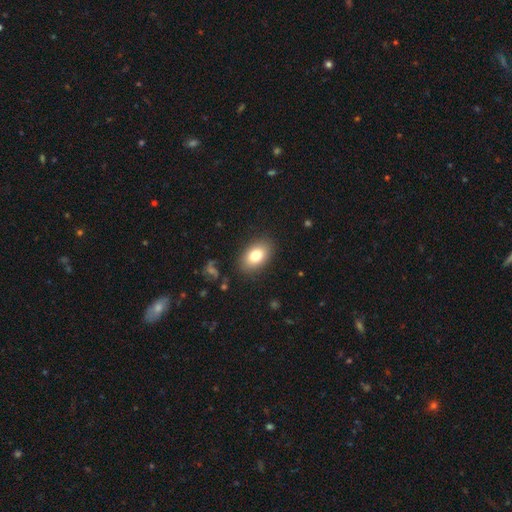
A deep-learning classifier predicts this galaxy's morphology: Smooth or featured? smooth (80%)
How rounded? in between (87%)
Merging? none (86%)